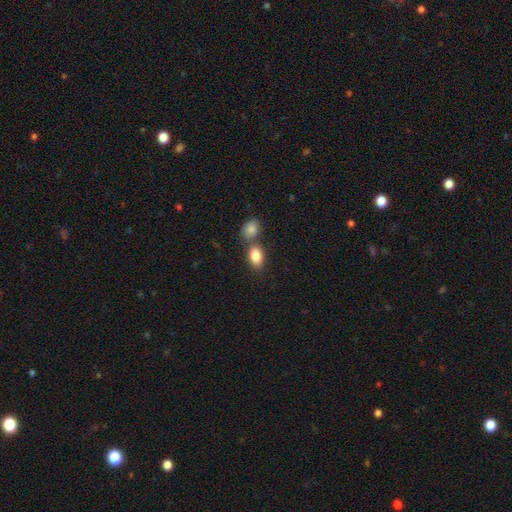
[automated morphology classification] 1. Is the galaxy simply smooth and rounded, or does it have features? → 85% smooth, 8% star or artifact, 7% featured or disk.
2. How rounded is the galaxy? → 84% in between, 14% round, 2% cigar-shaped.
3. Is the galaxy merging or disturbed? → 54% none, 33% merger, 10% minor disturbance, 3% major disturbance.